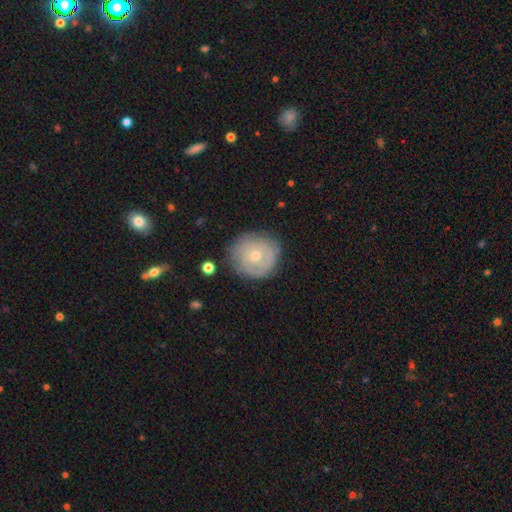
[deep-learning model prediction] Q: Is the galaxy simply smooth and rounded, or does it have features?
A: featured or disk — 58%.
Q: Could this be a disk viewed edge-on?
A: no — 97%.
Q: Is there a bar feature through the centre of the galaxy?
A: no — 83%.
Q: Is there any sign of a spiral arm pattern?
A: yes — 72%.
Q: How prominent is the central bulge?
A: small — 58%.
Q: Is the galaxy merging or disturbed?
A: none — 78%.